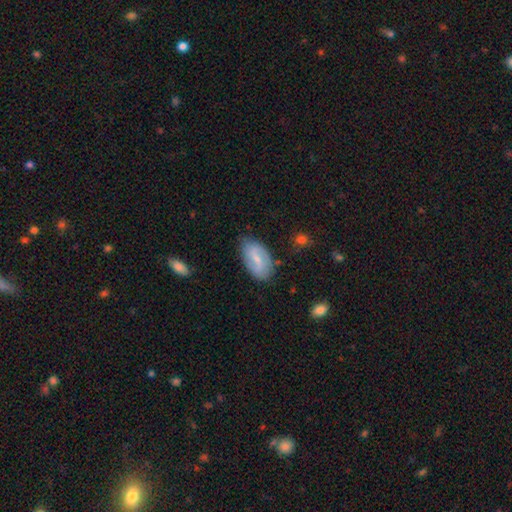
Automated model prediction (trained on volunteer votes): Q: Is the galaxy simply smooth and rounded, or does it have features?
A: smooth — 51%.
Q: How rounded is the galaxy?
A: in between — 92%.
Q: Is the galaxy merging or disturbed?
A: none — 74%.